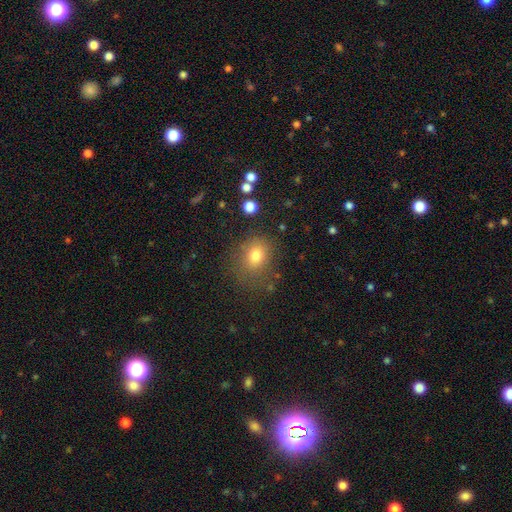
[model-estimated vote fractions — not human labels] smooth_or_featured: smooth (p=0.76) [alt: star or artifact p=0.14]
how_rounded: round (p=0.52) [alt: in between p=0.47]
merging: none (p=0.73) [alt: minor disturbance p=0.17]